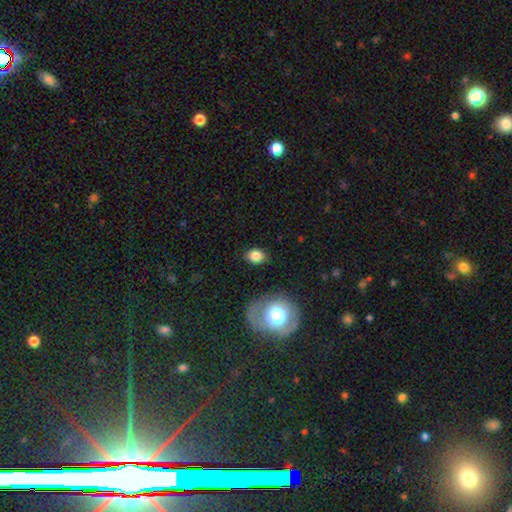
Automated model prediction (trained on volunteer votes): Overall: smooth (82%). How rounded: in between (56%; round 42%). Merging: none (84%).